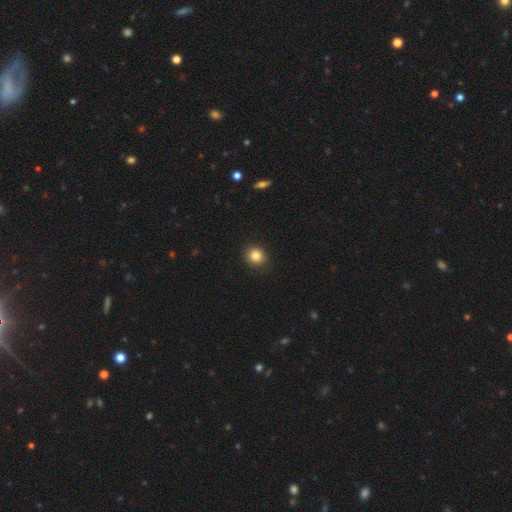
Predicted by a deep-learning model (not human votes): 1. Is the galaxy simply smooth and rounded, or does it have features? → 83% smooth, 11% star or artifact, 6% featured or disk.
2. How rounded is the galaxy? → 80% round, 19% in between, 1% cigar-shaped.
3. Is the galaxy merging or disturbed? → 86% none, 11% minor disturbance, 3% major disturbance, 1% merger.